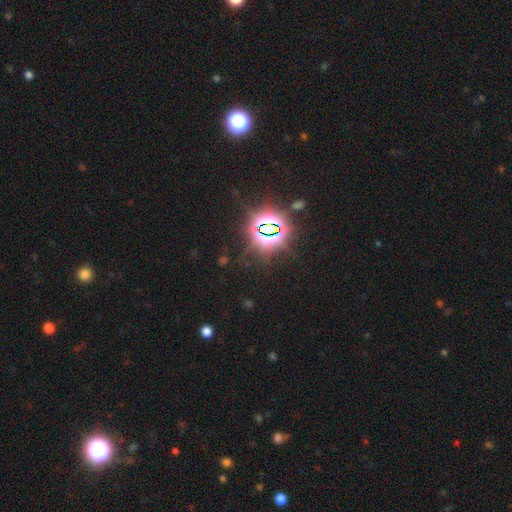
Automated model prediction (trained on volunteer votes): A star or artifact, not a galaxy (83%).

Vote fractions:
- Smooth or featured? star or artifact: 83% / smooth: 11% / featured or disk: 7%